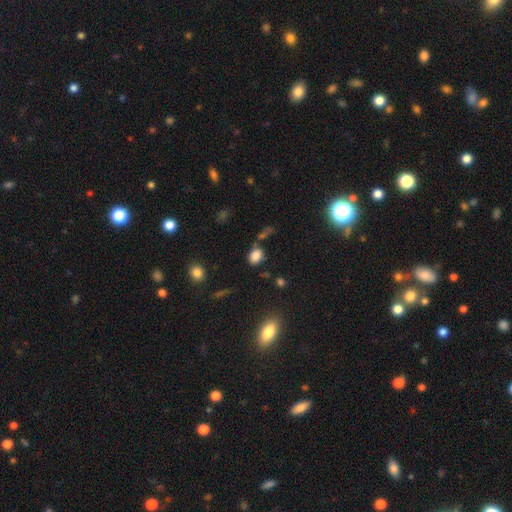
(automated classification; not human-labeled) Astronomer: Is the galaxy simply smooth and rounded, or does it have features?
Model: smooth — 82%.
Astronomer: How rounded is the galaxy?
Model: in between — 64%.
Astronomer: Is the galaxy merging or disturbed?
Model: none — 66%.